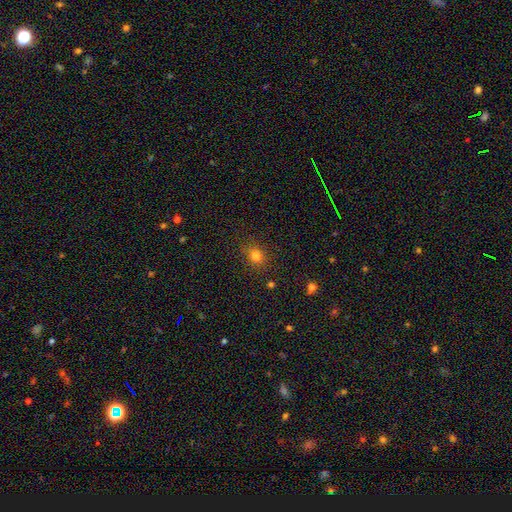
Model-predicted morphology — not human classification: smooth-or-featured: smooth: 79% | star or artifact: 15% | featured or disk: 6%
  how-rounded: round: 71% | in between: 28% | cigar-shaped: 1%
  merging: none: 84% | minor disturbance: 10% | major disturbance: 4% | merger: 2%